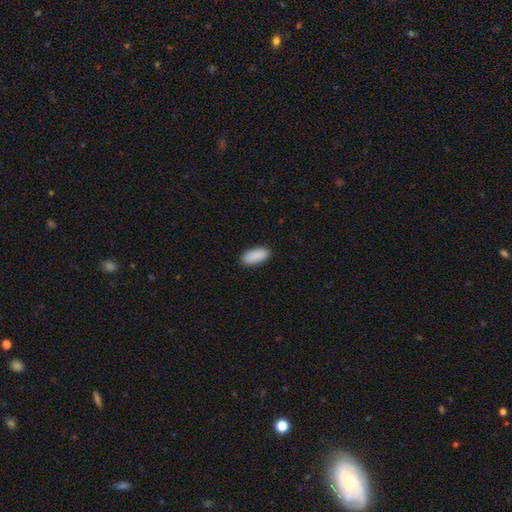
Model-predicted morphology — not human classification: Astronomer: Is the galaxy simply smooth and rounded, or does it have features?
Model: smooth — 91%.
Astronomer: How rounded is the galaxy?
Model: in between — 90%.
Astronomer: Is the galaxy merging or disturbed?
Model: none — 89%.